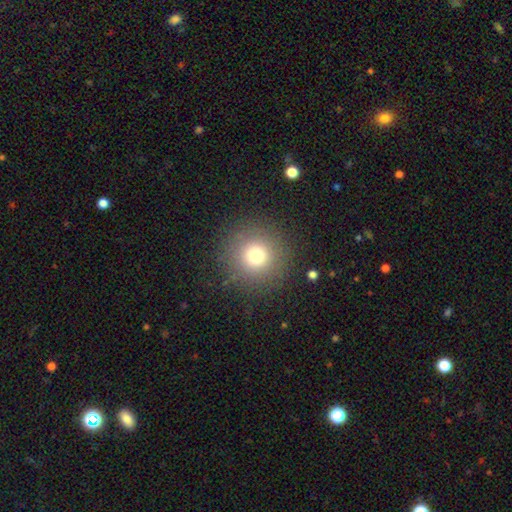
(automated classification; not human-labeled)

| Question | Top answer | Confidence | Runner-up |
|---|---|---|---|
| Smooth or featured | smooth | 73% | star or artifact (17%) |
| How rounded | round | 96% | in between (3%) |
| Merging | none | 89% | minor disturbance (6%) |